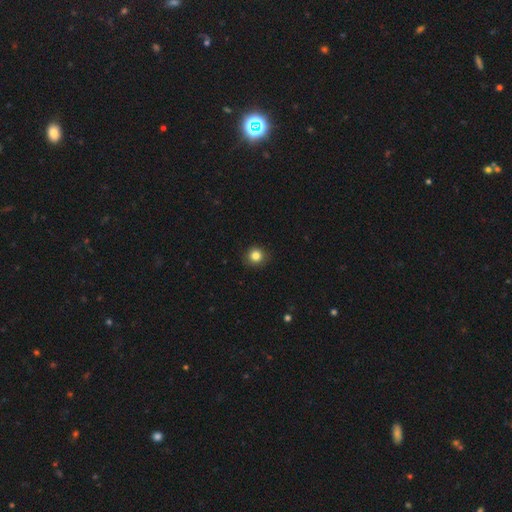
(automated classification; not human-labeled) Smooth or featured?
  - smooth: 83% *
  - star or artifact: 12%
  - featured or disk: 5%
How rounded?
  - round: 92% *
  - in between: 7%
  - cigar-shaped: 1%
Merging?
  - none: 90% *
  - minor disturbance: 7%
  - major disturbance: 2%
  - merger: 1%